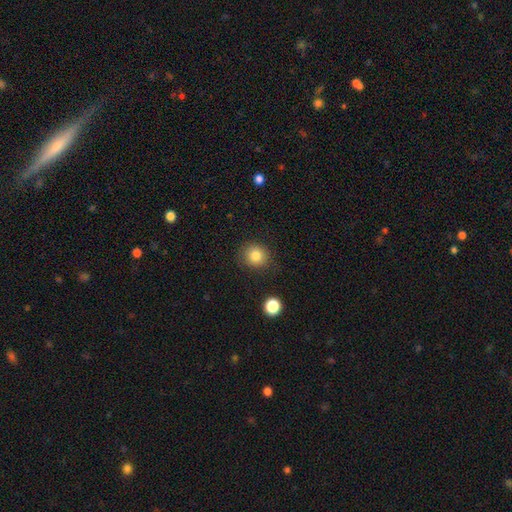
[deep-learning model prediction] Smooth or featured? smooth (82%)
How rounded? round (86%)
Merging? none (85%)